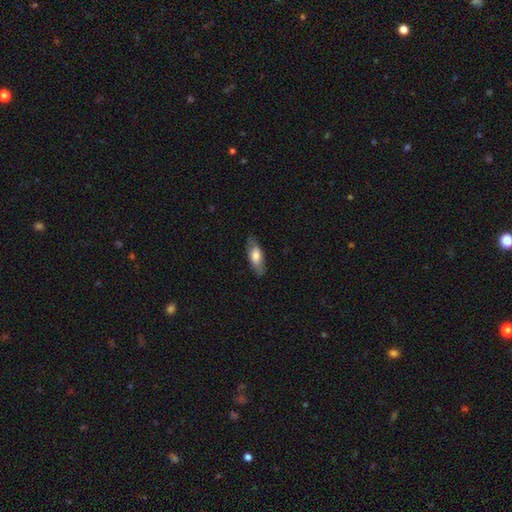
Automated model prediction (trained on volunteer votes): smooth-or-featured: smooth: 65% | featured or disk: 29% | star or artifact: 6%
  how-rounded: in between: 71% | cigar-shaped: 27% | round: 3%
  merging: none: 81% | minor disturbance: 14% | major disturbance: 4% | merger: 1%